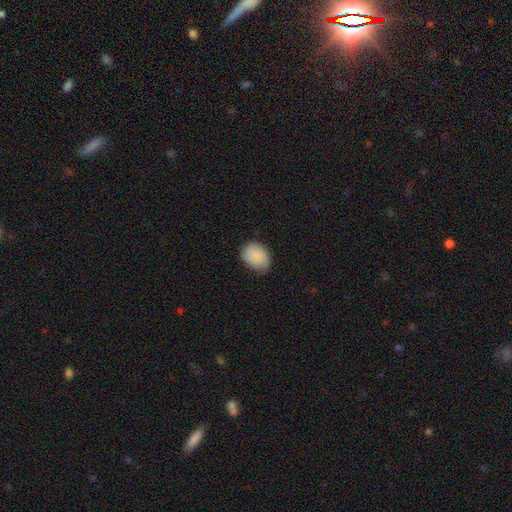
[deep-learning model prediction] smooth 86%, featured or disk 7%, star or artifact 7%. Down the decision tree: how rounded — in between (69%); merging — none (61%).